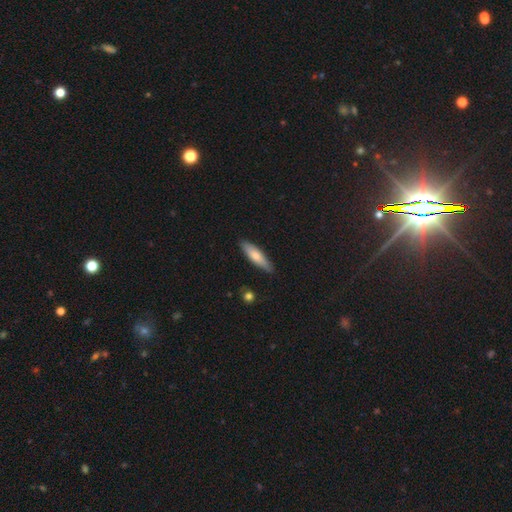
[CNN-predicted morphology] This is likely a smooth galaxy (68%). How rounded: likely cigar-shaped (65%). Merging: clearly none (86%).